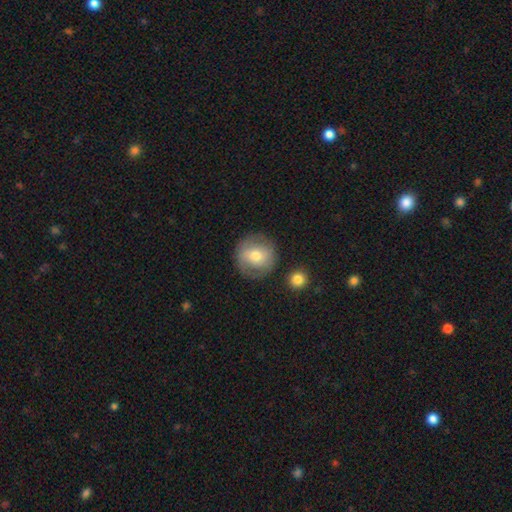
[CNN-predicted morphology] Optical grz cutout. It shows a smooth galaxy with no disk features (61%) that is round (92%). Merging: none (81%).